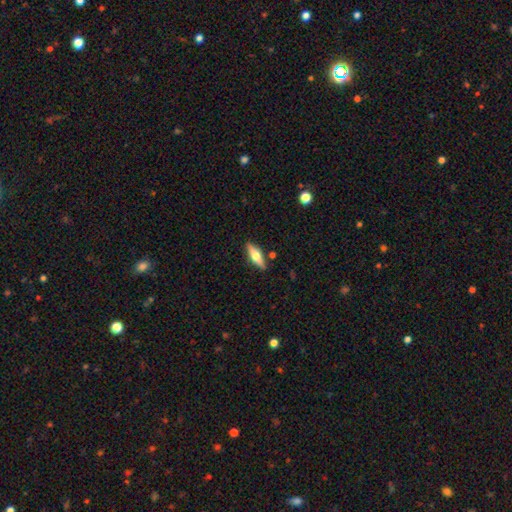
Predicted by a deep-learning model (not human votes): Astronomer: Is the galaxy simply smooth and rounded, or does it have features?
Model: smooth — 49% (runner-up: featured or disk, 44%).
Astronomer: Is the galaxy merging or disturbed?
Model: none — 85%.